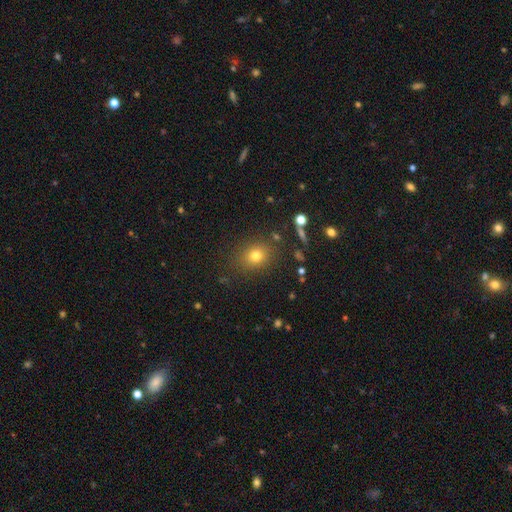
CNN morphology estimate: type=smooth (75%); roundness=round (67%); merging=none (84%).